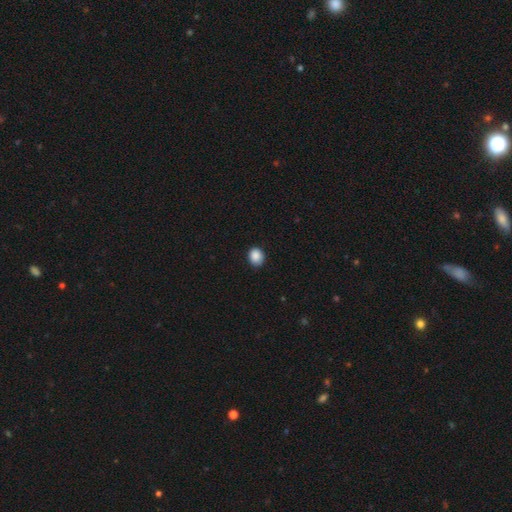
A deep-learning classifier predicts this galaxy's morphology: This appears to be a smooth galaxy with no disk features (88%) that is round (63%). Merging: none (86%).